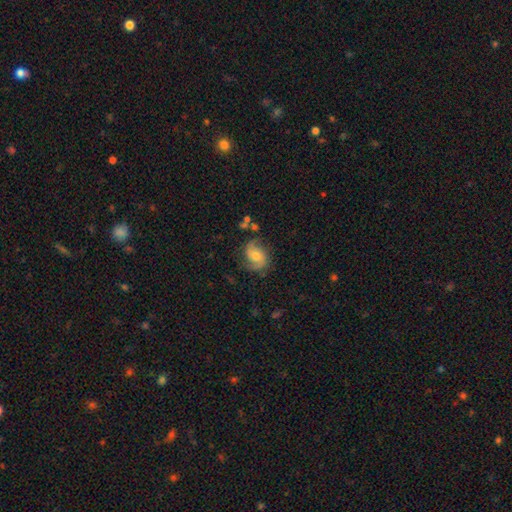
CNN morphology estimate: Q: Smooth or featured?
A: featured or disk (65%); runner-up: smooth (26%)
Q: Edge-on disk?
A: no (97%); runner-up: yes (3%)
Q: Bar?
A: no (65%); runner-up: weak (29%)
Q: Spiral arms?
A: yes (91%); runner-up: no (9%)
Q: Spiral winding?
A: medium (44%); runner-up: loose (36%)
Q: Spiral arm count?
A: 2 (85%); runner-up: can't tell (7%)
Q: Bulge size?
A: moderate (58%); runner-up: small (33%)
Q: Merging?
A: none (70%); runner-up: minor disturbance (19%)